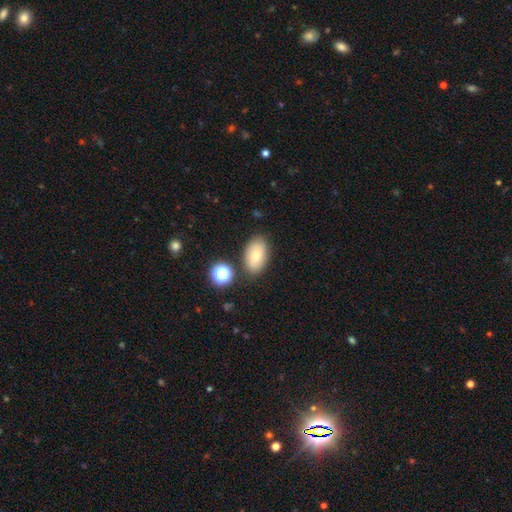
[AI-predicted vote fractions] smooth 75%, featured or disk 15%, star or artifact 10%. Down the decision tree: how rounded — in between (91%); merging — none (79%).